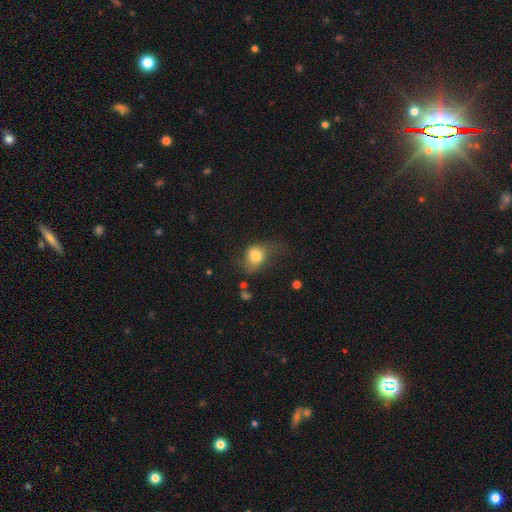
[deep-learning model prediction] A smooth galaxy with no disk features (71%) that is in between round and cigar-shaped (58%).

Vote fractions:
- Smooth or featured? smooth: 71% / featured or disk: 19% / star or artifact: 10%
- How rounded? in between: 58% / round: 41% / cigar-shaped: 2%
- Merging? none: 38% / minor disturbance: 31% / major disturbance: 27% / merger: 4%